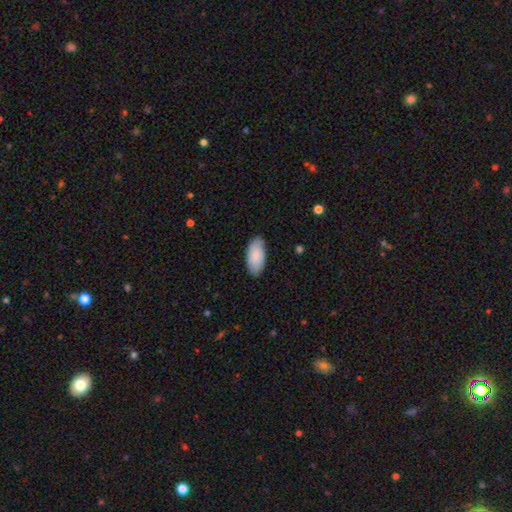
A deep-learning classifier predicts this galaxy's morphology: Q: Smooth or featured?
A: smooth (87%); runner-up: featured or disk (8%)
Q: How rounded?
A: in between (94%); runner-up: cigar-shaped (4%)
Q: Merging?
A: none (84%); runner-up: minor disturbance (13%)